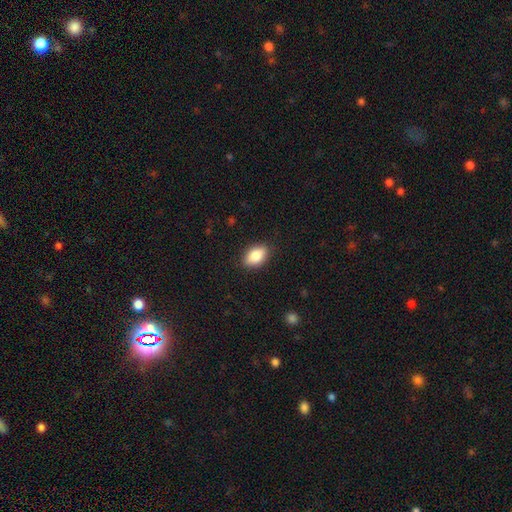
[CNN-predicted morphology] smooth-or-featured: smooth: 83% | featured or disk: 10% | star or artifact: 7%
  how-rounded: in between: 88% | round: 9% | cigar-shaped: 3%
  merging: none: 87% | minor disturbance: 10% | major disturbance: 2% | merger: 1%